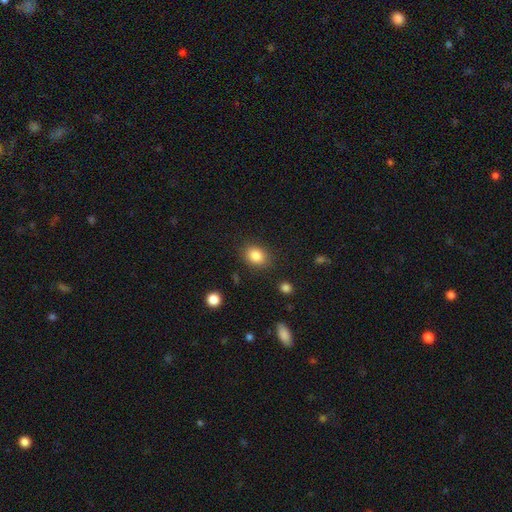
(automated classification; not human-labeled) Morphology: type=smooth (86%); roundness=in between (59%); merging=none (84%).